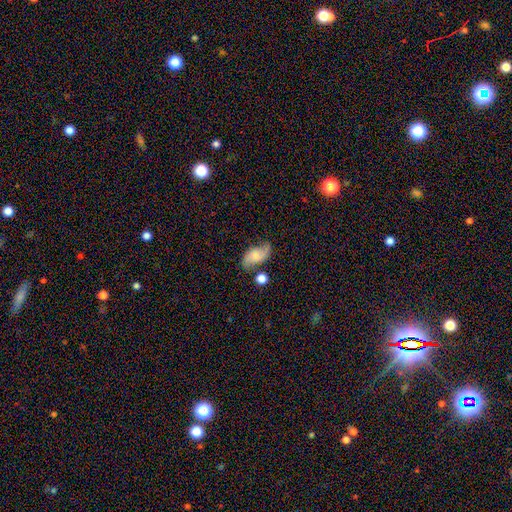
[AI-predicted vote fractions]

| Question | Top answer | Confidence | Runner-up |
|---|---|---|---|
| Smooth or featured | featured or disk | 59% | smooth (32%) |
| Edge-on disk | no | 96% | yes (4%) |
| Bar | no | 60% | weak (33%) |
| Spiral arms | yes | 91% | no (9%) |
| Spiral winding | loose | 62% | medium (28%) |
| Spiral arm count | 2 | 87% | 1 (5%) |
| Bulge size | small | 45% | moderate (26%) |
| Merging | none | 61% | minor disturbance (21%) |